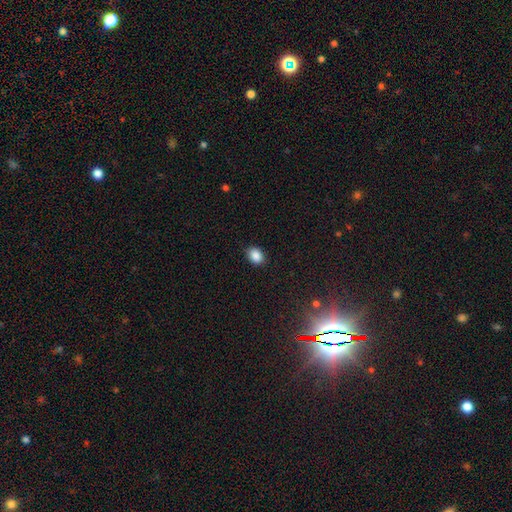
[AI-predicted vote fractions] smooth-or-featured: smooth: 88% | star or artifact: 9% | featured or disk: 3%
  how-rounded: in between: 69% | round: 29% | cigar-shaped: 1%
  merging: none: 88% | minor disturbance: 9% | major disturbance: 2% | merger: 1%